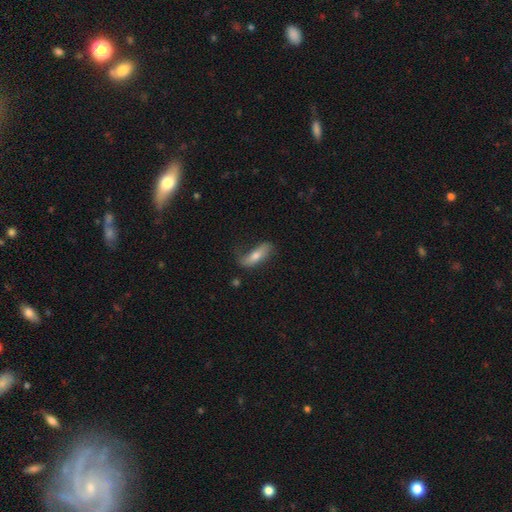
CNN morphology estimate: The model was most divided on "how rounded": in between: 51%, cigar-shaped: 47%, round: 3%. More confident: smooth or featured — smooth (57%); merging — none (53%).